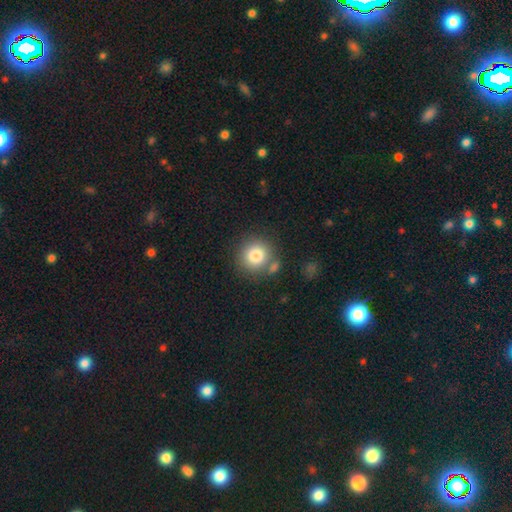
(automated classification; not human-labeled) The model was most divided on "merging": none: 72%, merger: 15%, minor disturbance: 10%, major disturbance: 4%. More confident: how rounded — round (90%); smooth or featured — smooth (81%).